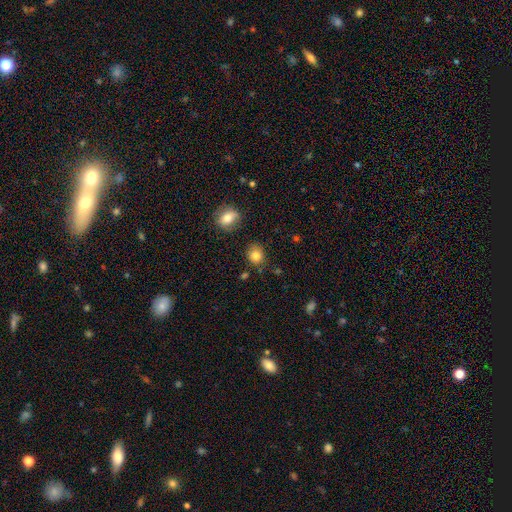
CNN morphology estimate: Q: Smooth or featured?
A: smooth (82%); runner-up: star or artifact (11%)
Q: How rounded?
A: round (71%); runner-up: in between (28%)
Q: Merging?
A: none (80%); runner-up: minor disturbance (13%)